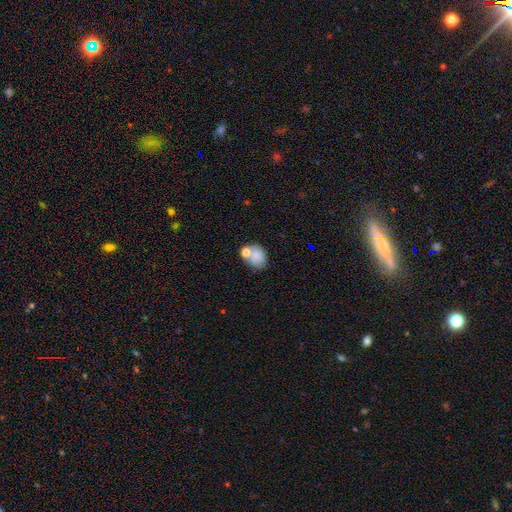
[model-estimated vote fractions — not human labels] Smooth or featured?
  - smooth: 79% *
  - featured or disk: 12%
  - star or artifact: 9%
How rounded?
  - round: 55% *
  - in between: 44%
  - cigar-shaped: 1%
Merging?
  - none: 53% *
  - merger: 24%
  - minor disturbance: 16%
  - major disturbance: 6%